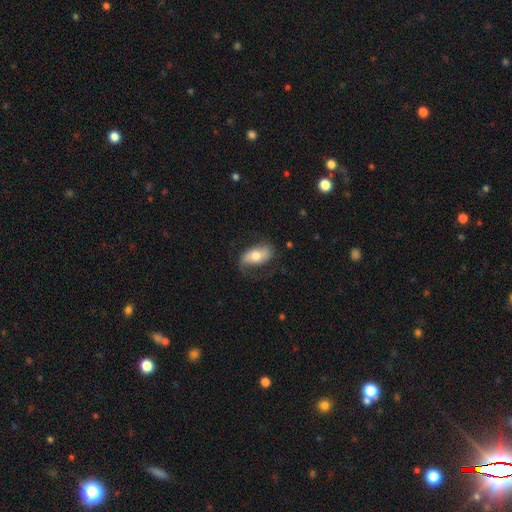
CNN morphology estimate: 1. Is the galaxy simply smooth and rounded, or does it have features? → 49% featured or disk, 44% smooth, 7% star or artifact.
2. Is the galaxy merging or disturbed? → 59% none, 23% minor disturbance, 16% major disturbance, 2% merger.